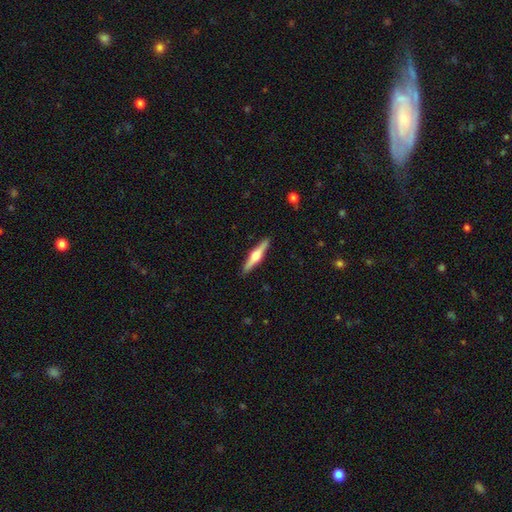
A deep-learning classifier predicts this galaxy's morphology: Smooth or featured? featured or disk (67%)
Edge-on disk? yes (98%)
Edge-on bulge? rounded (90%)
Merging? none (91%)